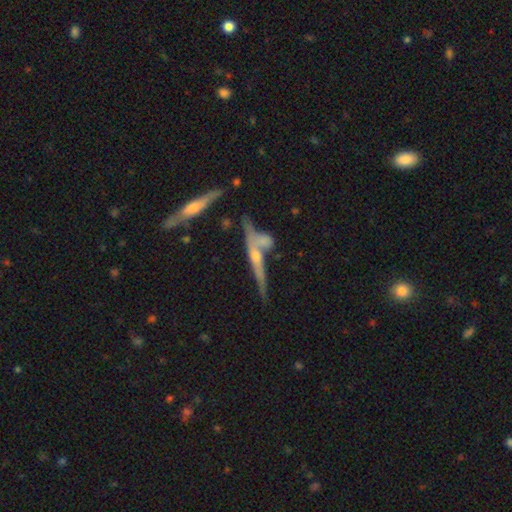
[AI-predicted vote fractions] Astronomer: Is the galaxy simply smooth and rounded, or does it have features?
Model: featured or disk — 74%.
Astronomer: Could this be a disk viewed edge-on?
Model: yes — 91%.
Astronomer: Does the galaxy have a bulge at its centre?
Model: rounded — 80%.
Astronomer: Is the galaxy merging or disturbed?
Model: none — 53%.